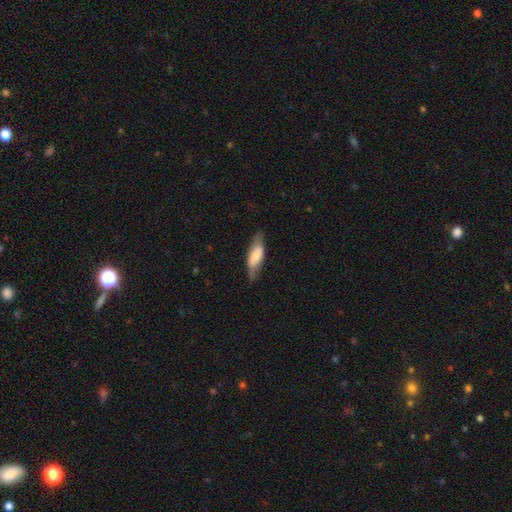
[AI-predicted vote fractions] smooth_or_featured: smooth (p=0.59) [alt: featured or disk p=0.35]
how_rounded: in between (p=0.57) [alt: cigar-shaped p=0.41]
merging: none (p=0.73) [alt: minor disturbance p=0.20]